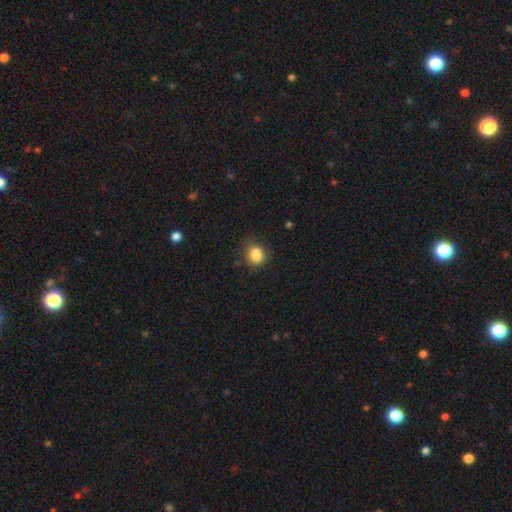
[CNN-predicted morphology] This appears to be a smooth galaxy with no disk features (84%) that is round (60%). Merging: none (65%).